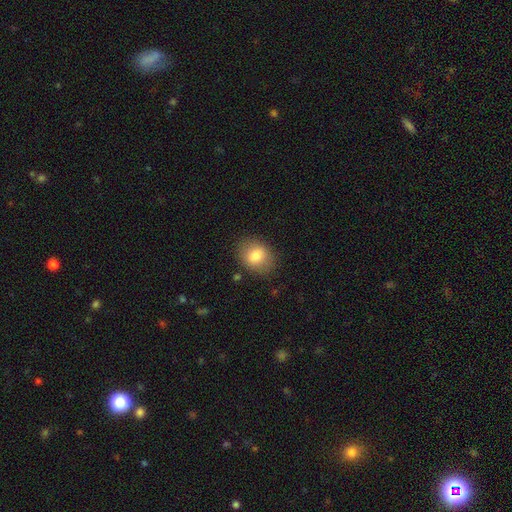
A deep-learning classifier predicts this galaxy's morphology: smooth 80%, featured or disk 12%, star or artifact 8%. Down the decision tree: how rounded — round (50%); merging — none (83%).